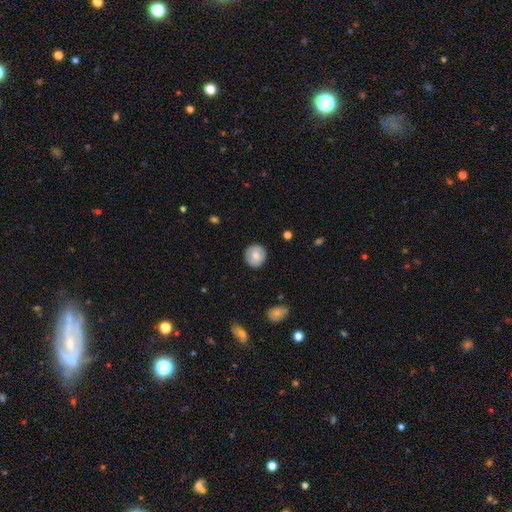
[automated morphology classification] A smooth galaxy with no disk features (75%) that is round (91%).

Vote fractions:
- Smooth or featured? smooth: 75% / featured or disk: 17% / star or artifact: 7%
- How rounded? round: 91% / in between: 8% / cigar-shaped: 1%
- Merging? none: 88% / minor disturbance: 9% / major disturbance: 2% / merger: 1%